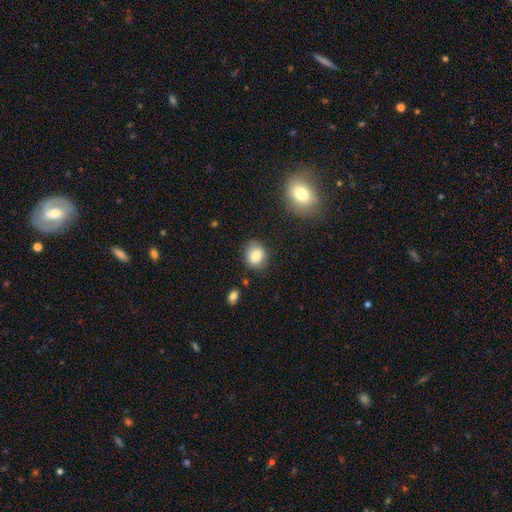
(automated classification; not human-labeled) A smooth galaxy with no disk features (81%) that is round (65%).

Vote fractions:
- Smooth or featured? smooth: 81% / star or artifact: 10% / featured or disk: 10%
- How rounded? round: 65% / in between: 34% / cigar-shaped: 1%
- Merging? none: 79% / minor disturbance: 15% / major disturbance: 3% / merger: 3%